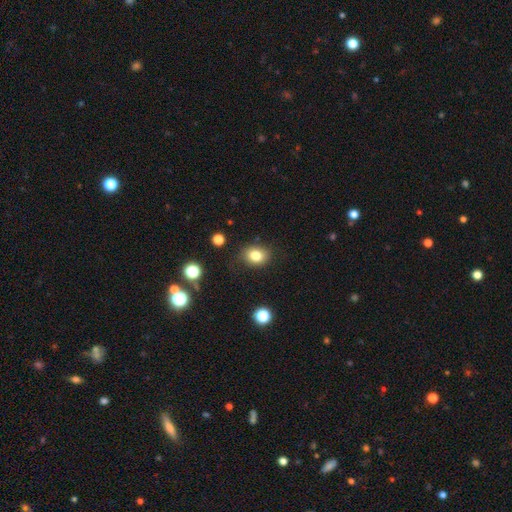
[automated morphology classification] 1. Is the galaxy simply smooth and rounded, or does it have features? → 82% smooth, 11% star or artifact, 8% featured or disk.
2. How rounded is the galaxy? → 52% in between, 47% round, 1% cigar-shaped.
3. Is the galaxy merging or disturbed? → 80% none, 14% minor disturbance, 4% major disturbance, 2% merger.